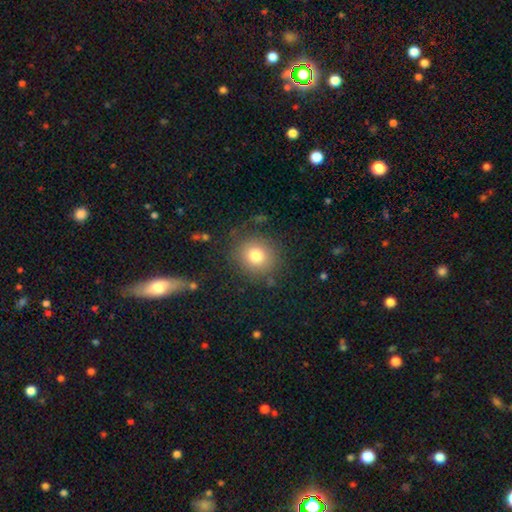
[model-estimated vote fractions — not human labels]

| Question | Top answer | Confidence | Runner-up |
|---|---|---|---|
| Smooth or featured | smooth | 78% | star or artifact (11%) |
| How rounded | round | 87% | in between (12%) |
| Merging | none | 82% | minor disturbance (11%) |